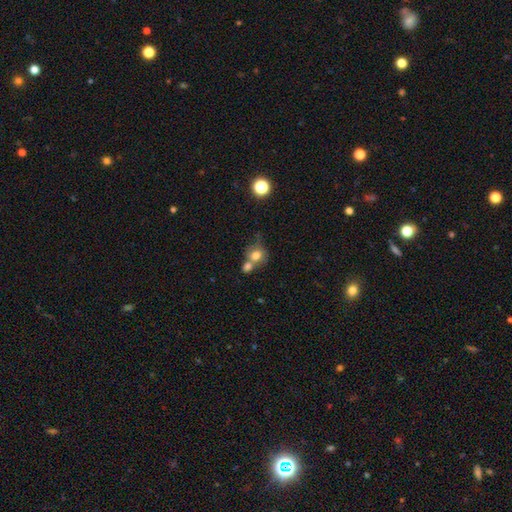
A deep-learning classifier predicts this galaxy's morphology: This appears to be a smooth galaxy with no disk features (75%) that is round (69%). Merging: merger (50%).